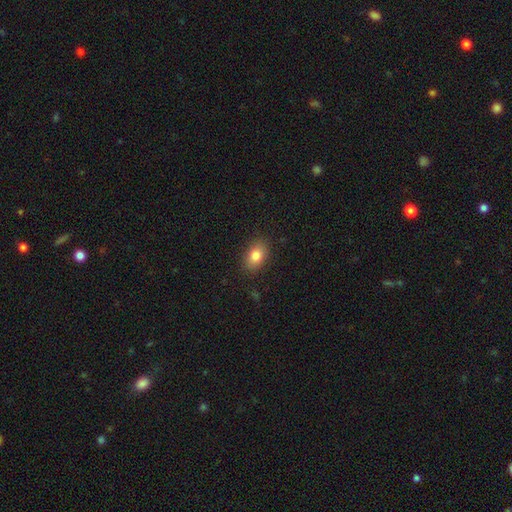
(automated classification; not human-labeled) Smooth or featured: smooth — 83% (star or artifact — 9%)
How rounded: in between — 83% (round — 15%)
Merging: none — 87% (minor disturbance — 10%)